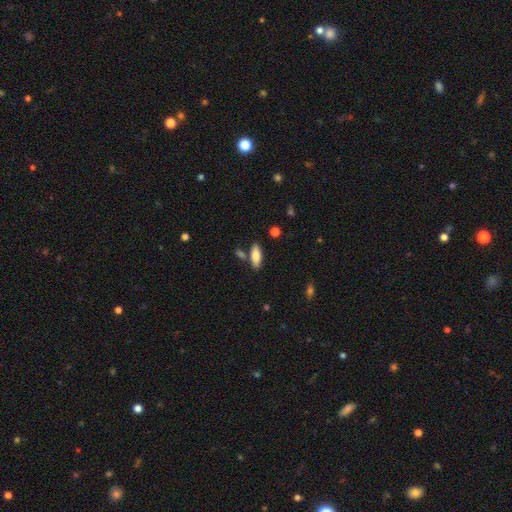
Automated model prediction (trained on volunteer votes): smooth_or_featured: smooth (p=0.79) [alt: featured or disk p=0.15]
how_rounded: in between (p=0.70) [alt: cigar-shaped p=0.28]
merging: none (p=0.78) [alt: minor disturbance p=0.11]